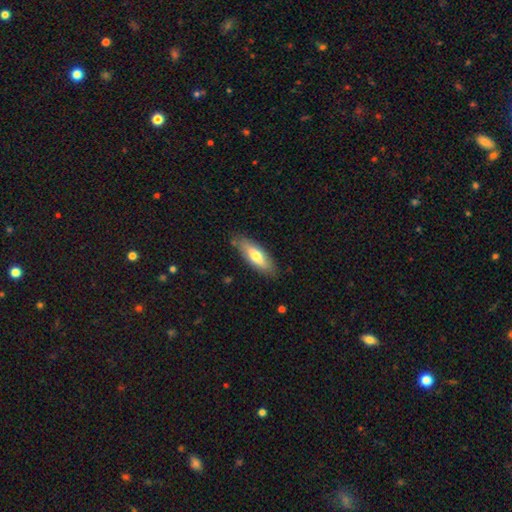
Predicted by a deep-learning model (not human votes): Morphology: type=smooth (67%); roundness=in between (63%); merging=none (82%).